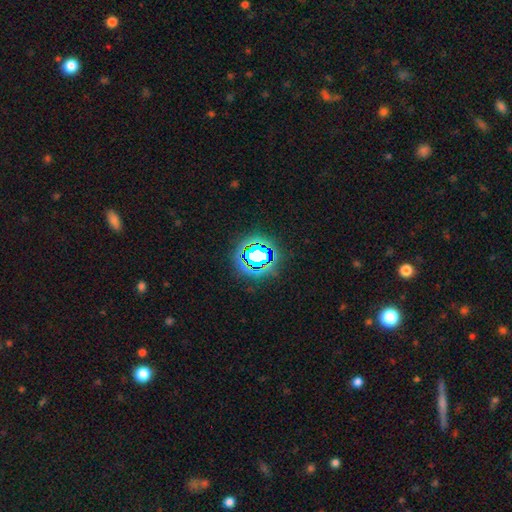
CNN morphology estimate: This appears to be a star or artifact, not a galaxy (62%).